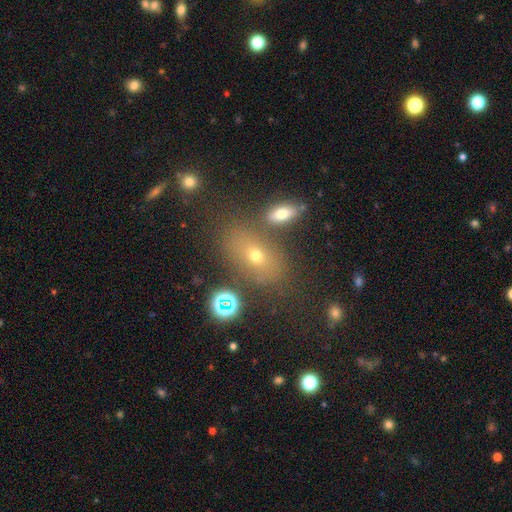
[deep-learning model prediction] Smooth or featured? Predicted: smooth (p=0.56). How rounded? Predicted: in between (p=0.76). Merging? Predicted: none (p=0.69).